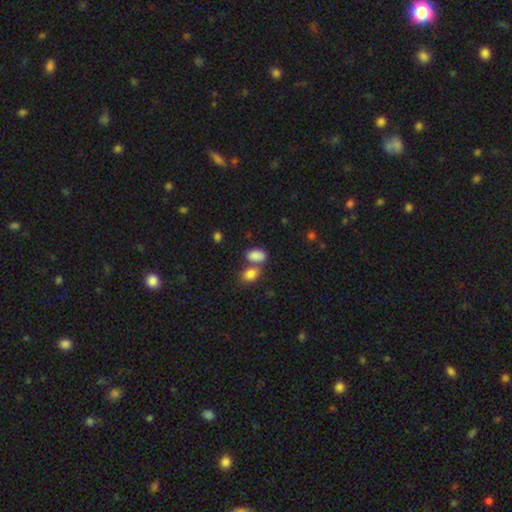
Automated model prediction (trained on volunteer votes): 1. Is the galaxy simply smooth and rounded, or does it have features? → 86% smooth, 9% star or artifact, 6% featured or disk.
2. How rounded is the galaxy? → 89% in between, 9% round, 2% cigar-shaped.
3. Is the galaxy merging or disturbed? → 45% none, 39% merger, 11% minor disturbance, 4% major disturbance.